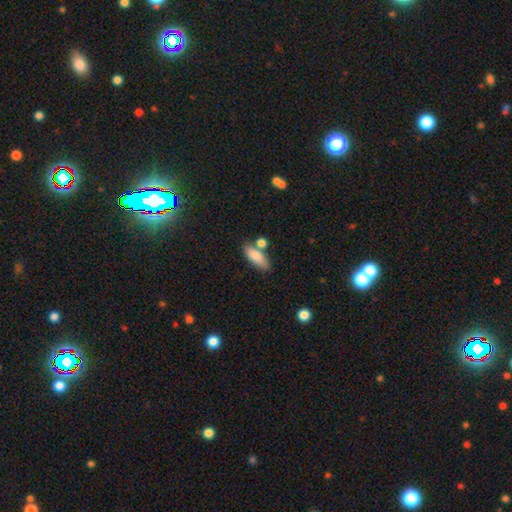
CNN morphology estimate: smooth-or-featured: smooth: 84% | featured or disk: 9% | star or artifact: 7%
  how-rounded: in between: 70% | cigar-shaped: 27% | round: 3%
  merging: none: 63% | merger: 20% | minor disturbance: 14% | major disturbance: 4%